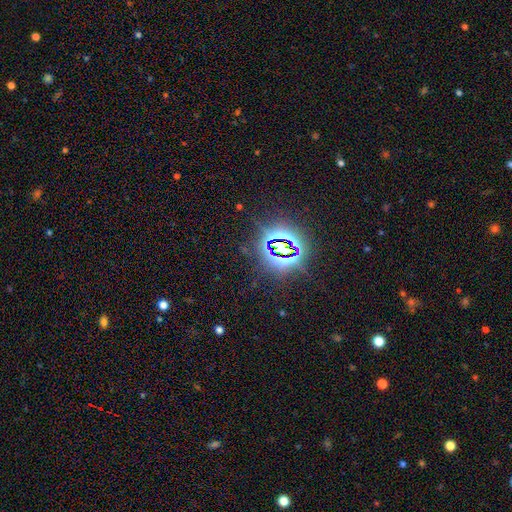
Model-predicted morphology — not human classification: Overall: star or artifact (85%).